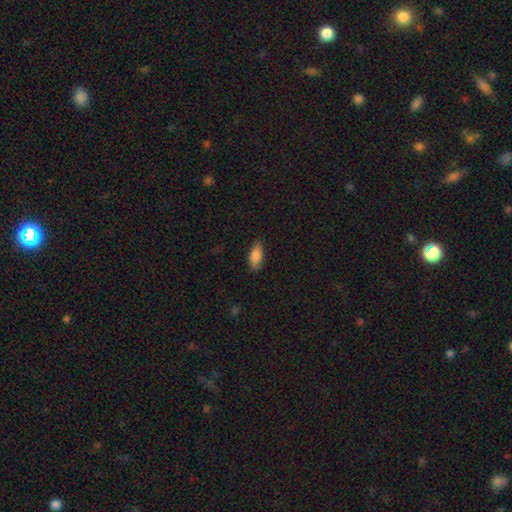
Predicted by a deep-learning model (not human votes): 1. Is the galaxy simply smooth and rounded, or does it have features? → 85% smooth, 8% featured or disk, 7% star or artifact.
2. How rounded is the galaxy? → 81% in between, 17% cigar-shaped, 2% round.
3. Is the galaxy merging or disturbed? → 85% none, 12% minor disturbance, 2% major disturbance, 1% merger.